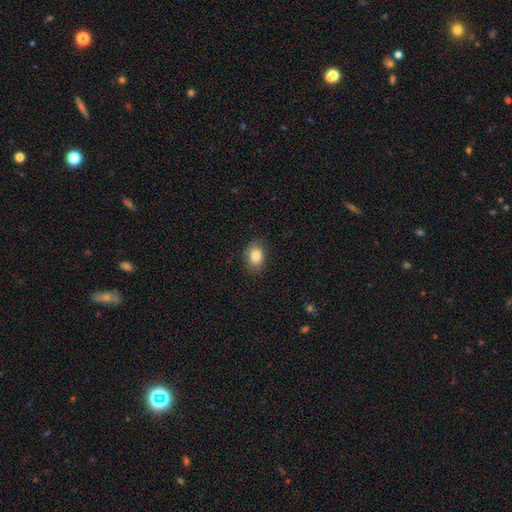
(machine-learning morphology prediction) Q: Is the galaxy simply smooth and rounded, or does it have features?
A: smooth — 83%.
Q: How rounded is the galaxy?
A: in between — 77%.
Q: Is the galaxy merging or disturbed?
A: none — 82%.